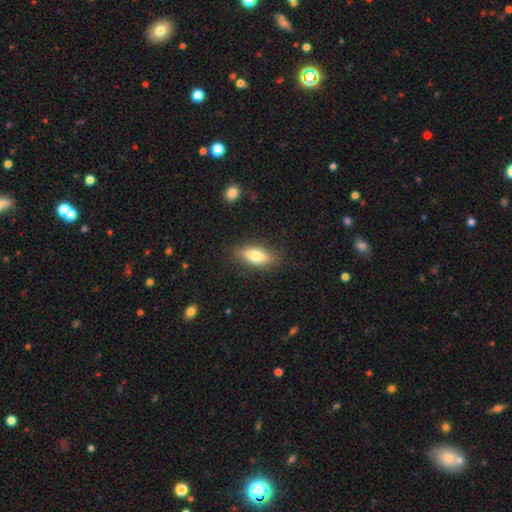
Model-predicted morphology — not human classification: Smooth or featured: smooth — 74% (featured or disk — 19%)
How rounded: in between — 76% (cigar-shaped — 20%)
Merging: none — 83% (minor disturbance — 12%)